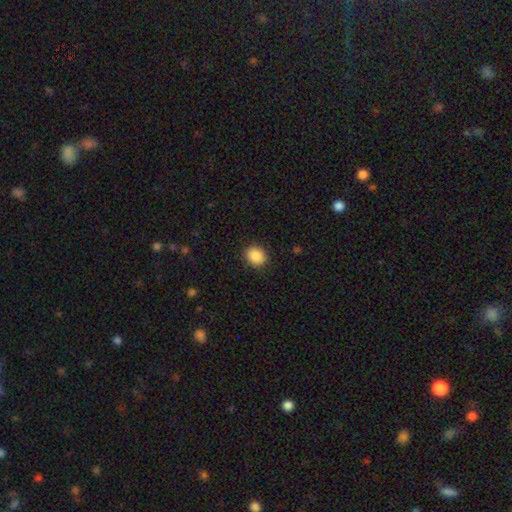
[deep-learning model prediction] smooth 89%, star or artifact 8%, featured or disk 3%. Down the decision tree: how rounded — round (60%); merging — none (89%).